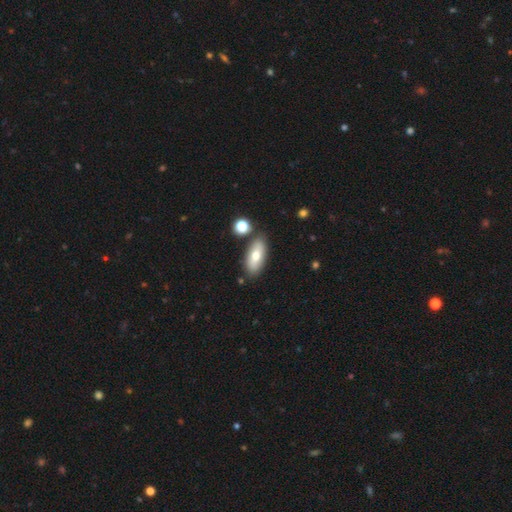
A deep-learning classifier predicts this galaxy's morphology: The model was most divided on "smooth or featured": smooth: 69%, featured or disk: 24%, star or artifact: 7%. More confident: how rounded — in between (83%); merging — none (79%).